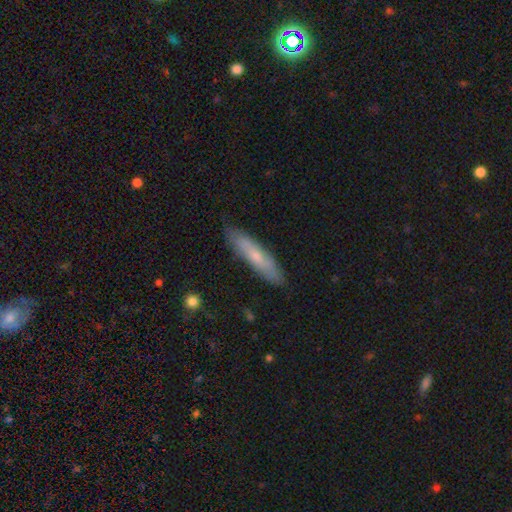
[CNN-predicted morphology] type=smooth (62%); roundness=cigar-shaped (83%); merging=none (86%).